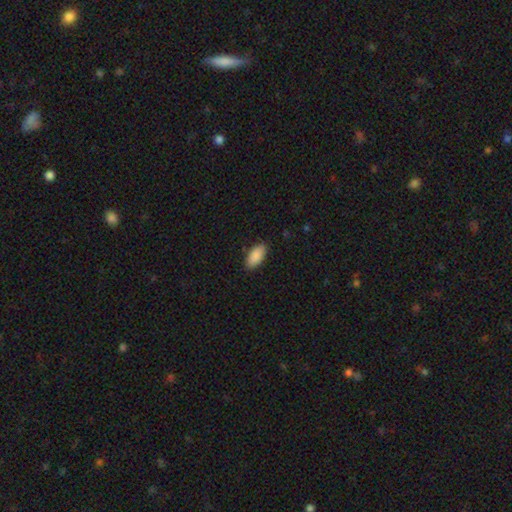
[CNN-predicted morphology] smooth-or-featured: smooth: 89% | star or artifact: 6% | featured or disk: 4%
  how-rounded: in between: 92% | cigar-shaped: 6% | round: 2%
  merging: none: 86% | minor disturbance: 11% | major disturbance: 2% | merger: 1%